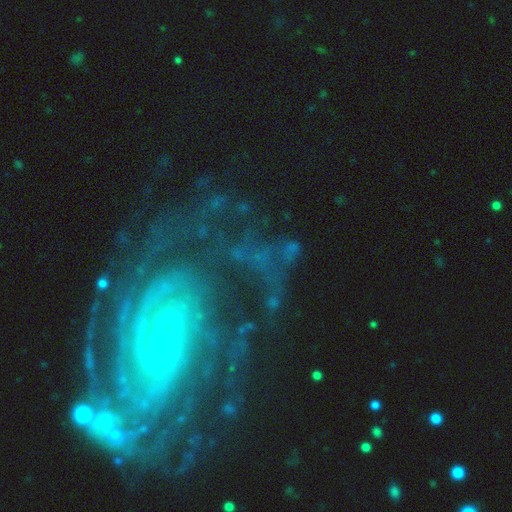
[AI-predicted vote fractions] Smooth or featured? featured or disk (58%)
Edge-on disk? no (94%)
Bar? no (56%)
Spiral arms? yes (82%)
Bulge size? small (52%)
Merging? none (54%)